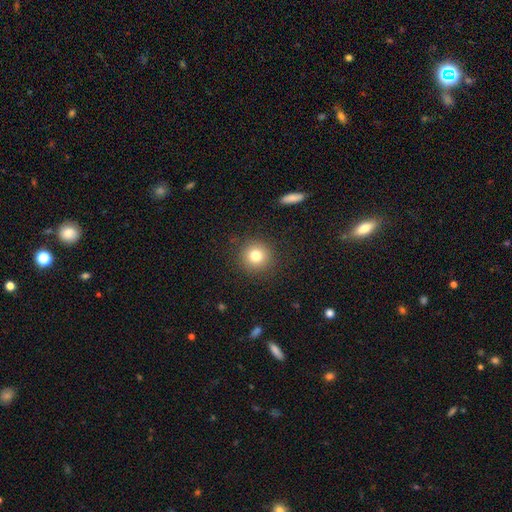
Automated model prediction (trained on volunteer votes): smooth 79%, star or artifact 12%, featured or disk 9%. Down the decision tree: how rounded — round (94%); merging — none (89%).